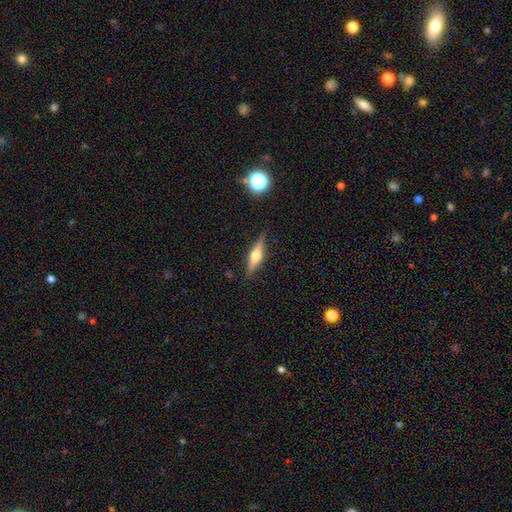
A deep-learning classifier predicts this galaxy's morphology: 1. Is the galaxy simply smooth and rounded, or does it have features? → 66% featured or disk, 27% smooth, 7% star or artifact.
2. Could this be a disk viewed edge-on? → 96% yes, 4% no.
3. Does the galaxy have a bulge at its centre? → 94% rounded, 4% boxy, 2% none.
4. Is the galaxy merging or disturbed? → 88% none, 9% minor disturbance, 2% major disturbance, 1% merger.